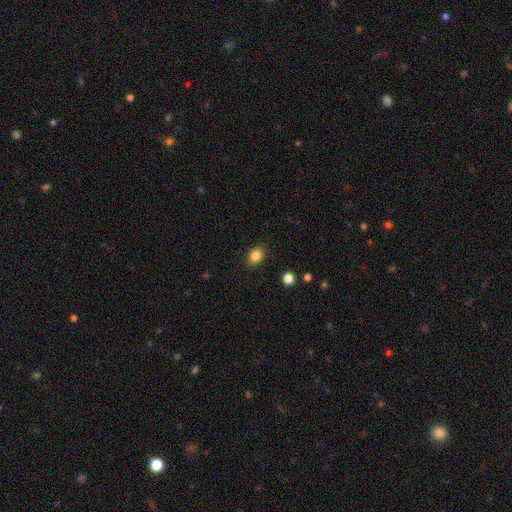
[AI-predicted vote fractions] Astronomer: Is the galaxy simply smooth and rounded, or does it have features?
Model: smooth — 83%.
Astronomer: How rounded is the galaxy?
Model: in between — 61% (runner-up: round, 38%).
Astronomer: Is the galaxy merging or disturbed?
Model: none — 86%.